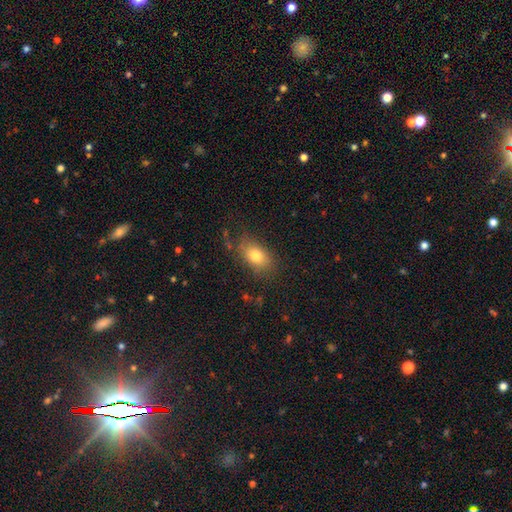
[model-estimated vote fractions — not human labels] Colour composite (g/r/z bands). It shows a smooth galaxy with no disk features (77%) that is in between round and cigar-shaped (83%). Merging: none (74%).